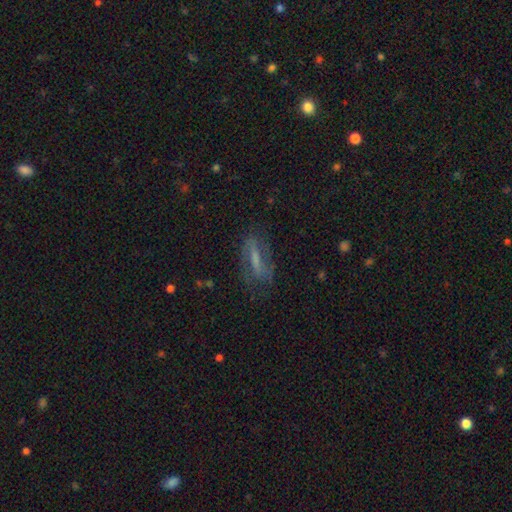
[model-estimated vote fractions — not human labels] smooth-or-featured: featured or disk: 55% | smooth: 29% | star or artifact: 16%
  disk-edge-on: no: 73% | yes: 27%
  merging: none: 71% | minor disturbance: 18% | major disturbance: 10% | merger: 2%